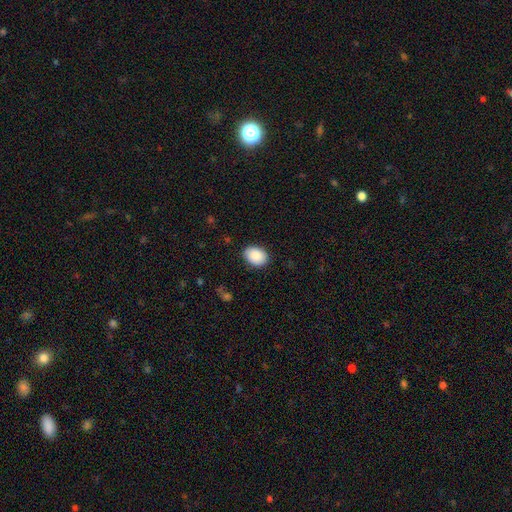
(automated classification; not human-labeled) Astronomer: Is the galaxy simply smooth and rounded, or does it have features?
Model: smooth — 90%.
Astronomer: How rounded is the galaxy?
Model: in between — 76%.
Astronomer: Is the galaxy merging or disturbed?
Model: none — 87%.